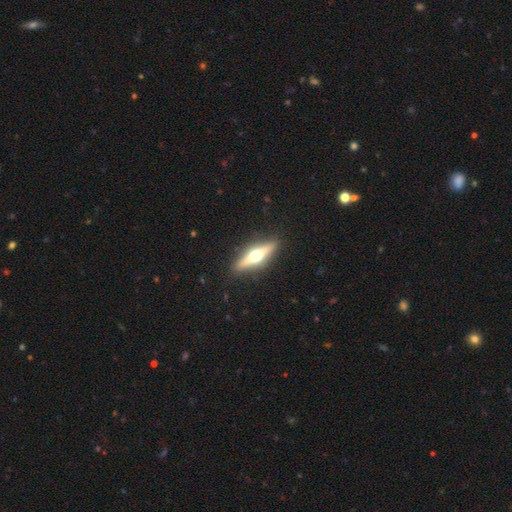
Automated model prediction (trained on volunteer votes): smooth-or-featured: featured or disk: 68% | smooth: 26% | star or artifact: 6%
  disk-edge-on: yes: 95% | no: 5%
    edge-on-bulge: rounded: 96% | boxy: 2% | none: 2%
  merging: none: 90% | minor disturbance: 7% | major disturbance: 2% | merger: 1%